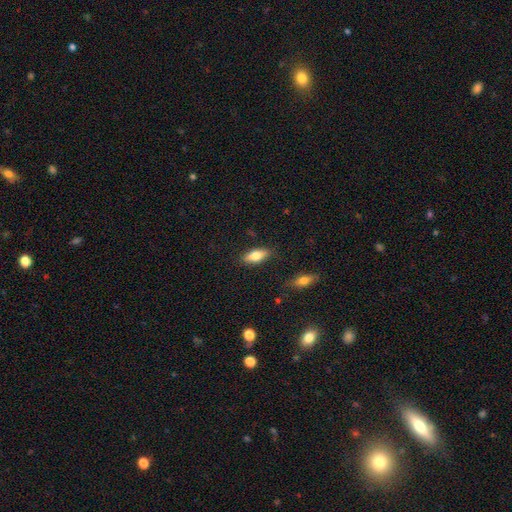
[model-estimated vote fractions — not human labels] Smooth or featured? smooth (78%)
How rounded? in between (83%)
Merging? none (85%)